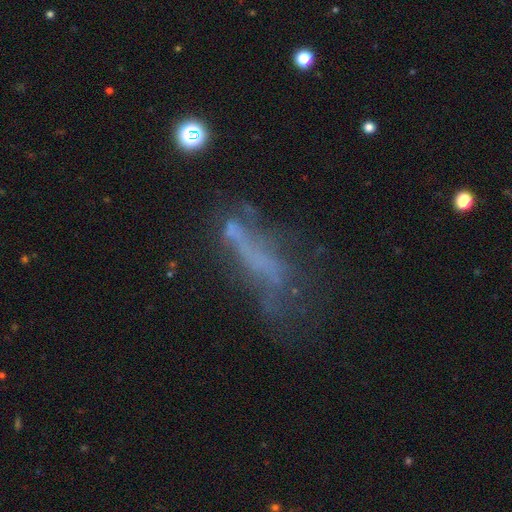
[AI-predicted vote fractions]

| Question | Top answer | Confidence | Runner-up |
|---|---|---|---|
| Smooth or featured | featured or disk | 46% | smooth (33%) |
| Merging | none | 39% | major disturbance (29%) |